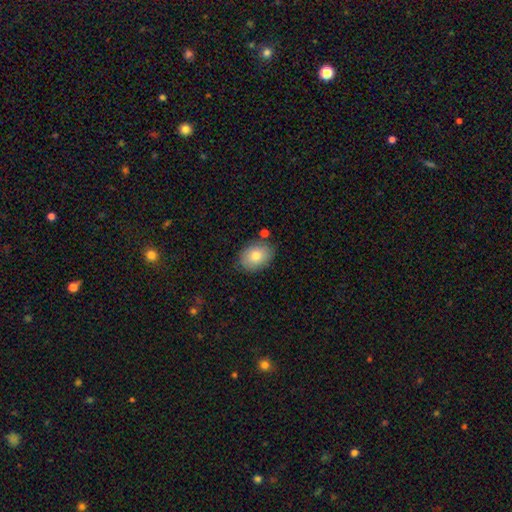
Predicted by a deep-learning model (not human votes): Smooth or featured: smooth — 80% (featured or disk — 12%)
How rounded: in between — 70% (round — 29%)
Merging: none — 80% (minor disturbance — 13%)